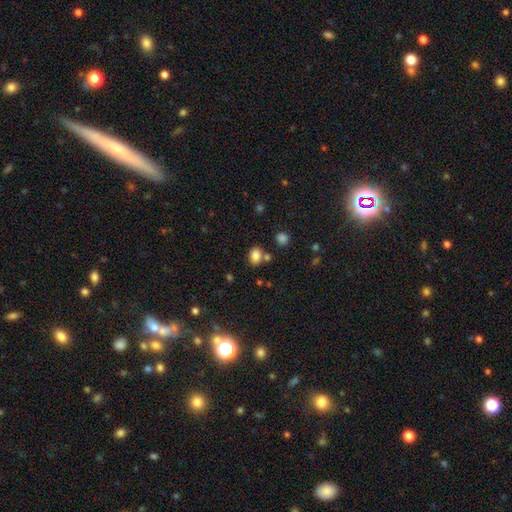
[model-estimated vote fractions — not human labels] Q: Smooth or featured?
A: smooth (83%); runner-up: star or artifact (12%)
Q: How rounded?
A: in between (65%); runner-up: round (34%)
Q: Merging?
A: none (66%); runner-up: merger (17%)